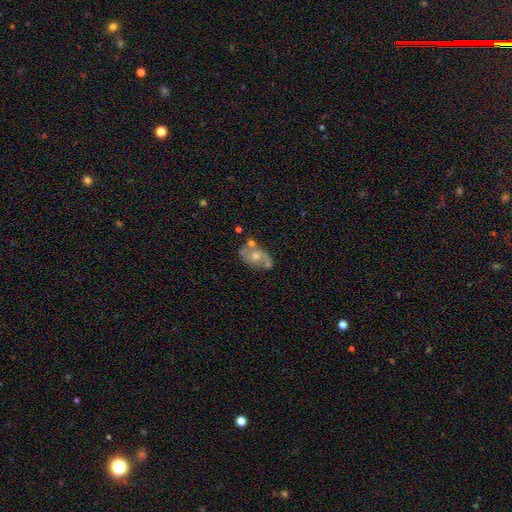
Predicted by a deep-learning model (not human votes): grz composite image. It shows a featured or disk galaxy (62%) with no bar (76%), spiral arms (61%) and a moderate central bulge (64%). Merging: none (51%).